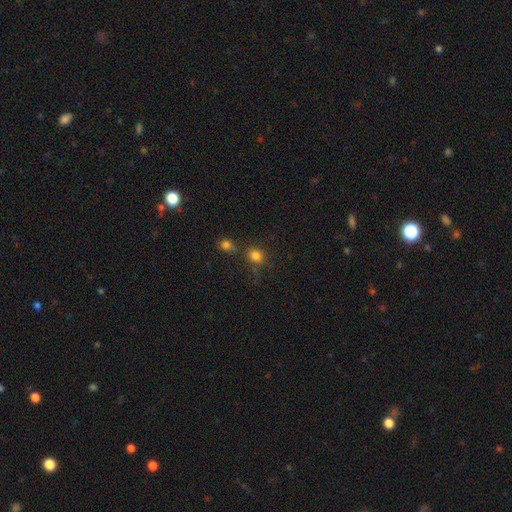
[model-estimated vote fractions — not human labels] Overall: smooth (80%). How rounded: round (69%; in between 30%). Merging: none (67%).